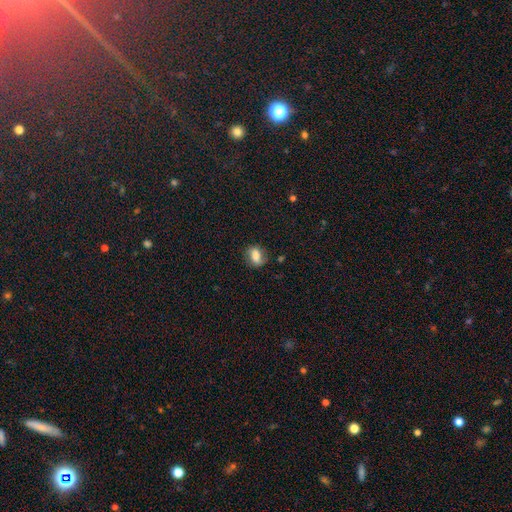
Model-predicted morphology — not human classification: This appears to be a smooth galaxy with no disk features (68%) that is in between round and cigar-shaped (67%). Merging: none (72%).